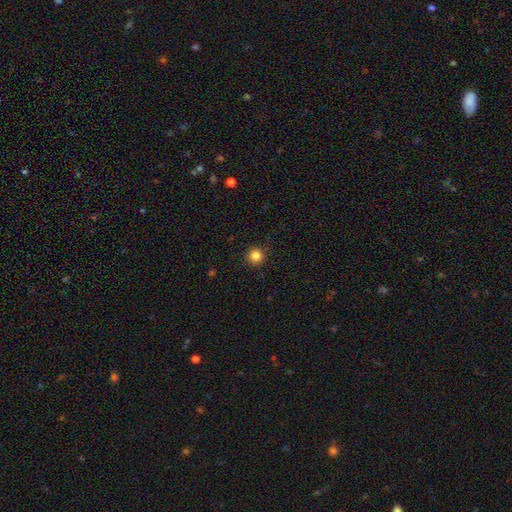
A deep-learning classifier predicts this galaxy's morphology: smooth-or-featured: smooth: 84% | star or artifact: 12% | featured or disk: 4%
  how-rounded: round: 95% | in between: 4% | cigar-shaped: 1%
  merging: none: 91% | minor disturbance: 6% | major disturbance: 2% | merger: 1%